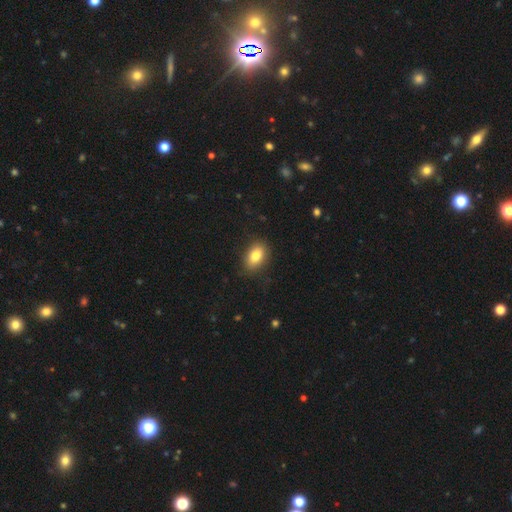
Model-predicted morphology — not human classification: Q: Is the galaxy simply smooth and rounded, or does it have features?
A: smooth — 81%.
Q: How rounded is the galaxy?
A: in between — 82%.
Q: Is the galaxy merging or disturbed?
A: none — 85%.